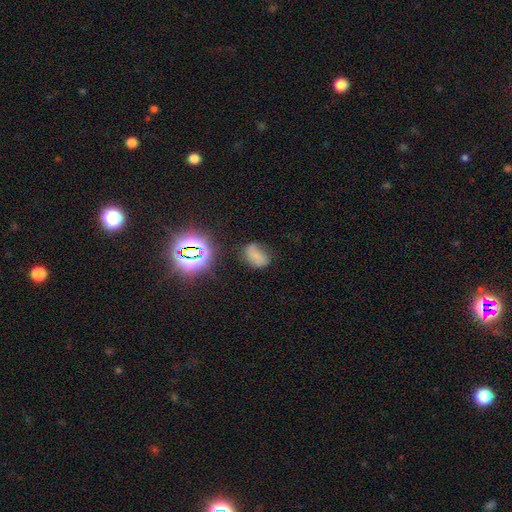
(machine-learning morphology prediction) Smooth or featured? smooth (58%)
How rounded? in between (82%)
Merging? none (54%)